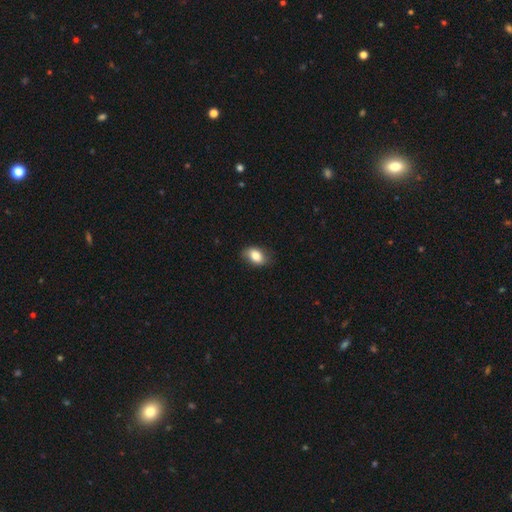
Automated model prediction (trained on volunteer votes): Overall: smooth (81%). How rounded: in between (84%). Merging: none (78%).